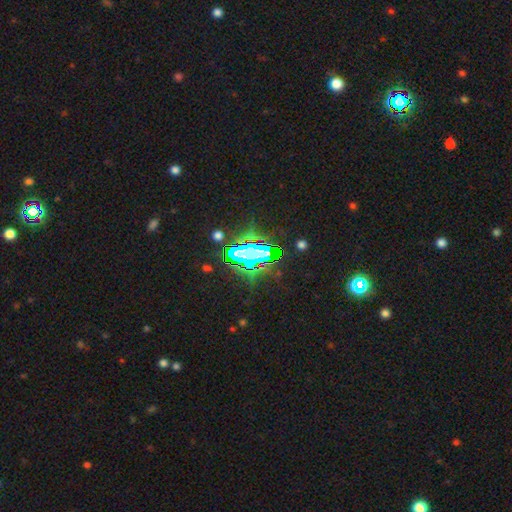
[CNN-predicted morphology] Smooth or featured? star or artifact (73%)